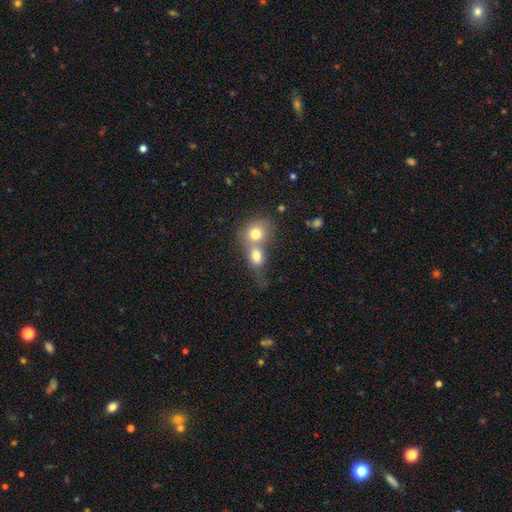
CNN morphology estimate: type=smooth (76%); roundness=round (56%); merging=merger (68%).